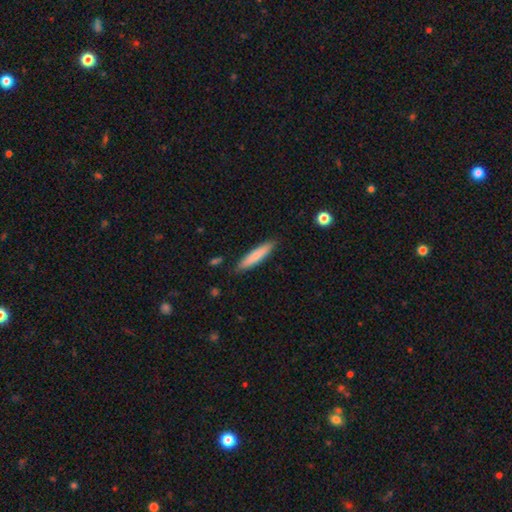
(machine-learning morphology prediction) type=smooth (78%); roundness=cigar-shaped (86%); merging=none (87%).